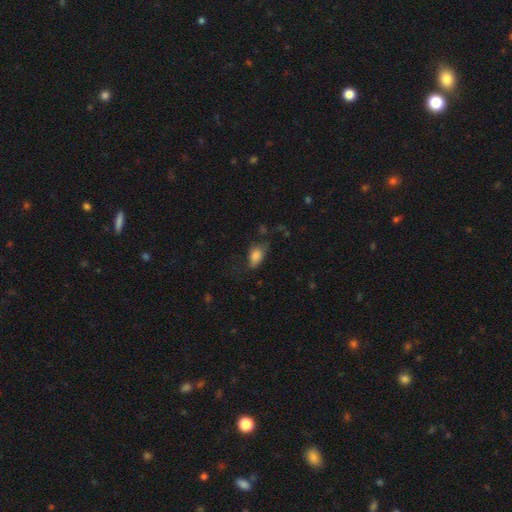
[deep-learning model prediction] Q: Smooth or featured?
A: smooth (81%); runner-up: featured or disk (10%)
Q: How rounded?
A: in between (87%); runner-up: round (10%)
Q: Merging?
A: none (46%); runner-up: minor disturbance (31%)